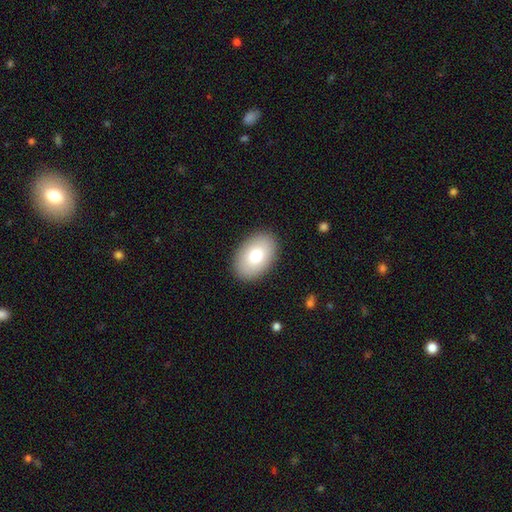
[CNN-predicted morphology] Smooth or featured? Predicted: smooth (p=0.77). How rounded? Predicted: in between (p=0.90). Merging? Predicted: none (p=0.90).